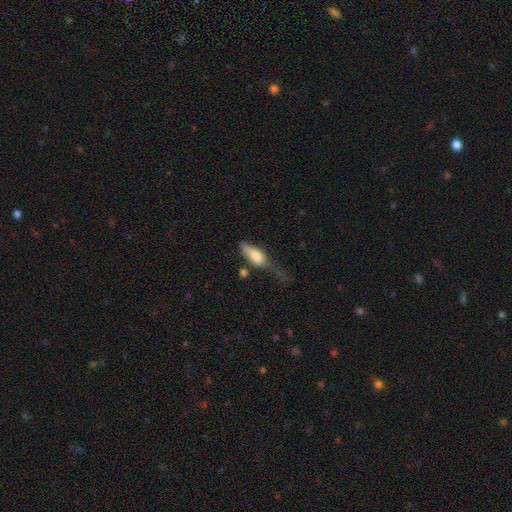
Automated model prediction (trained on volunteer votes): Morphology: type=smooth (68%); roundness=in between (70%); merging=major disturbance (40%).